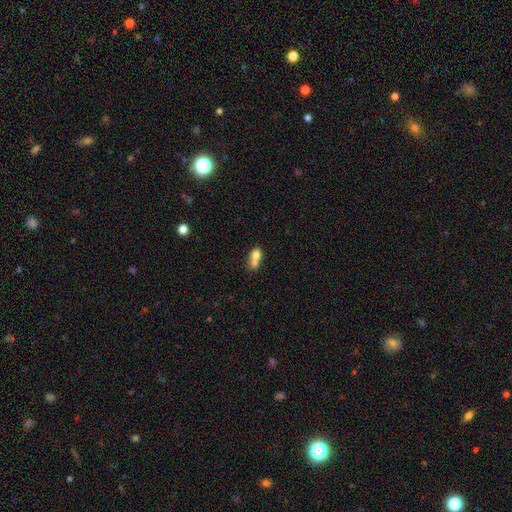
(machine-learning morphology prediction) This appears to be a smooth galaxy with no disk features (70%) that is in between round and cigar-shaped (55%). Merging: merger (69%).